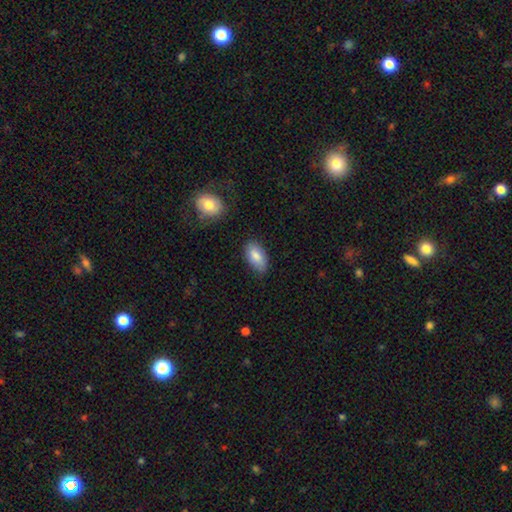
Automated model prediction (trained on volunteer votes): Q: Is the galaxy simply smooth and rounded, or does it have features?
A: smooth — 85%.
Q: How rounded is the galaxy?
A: in between — 93%.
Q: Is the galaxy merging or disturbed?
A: none — 79%.